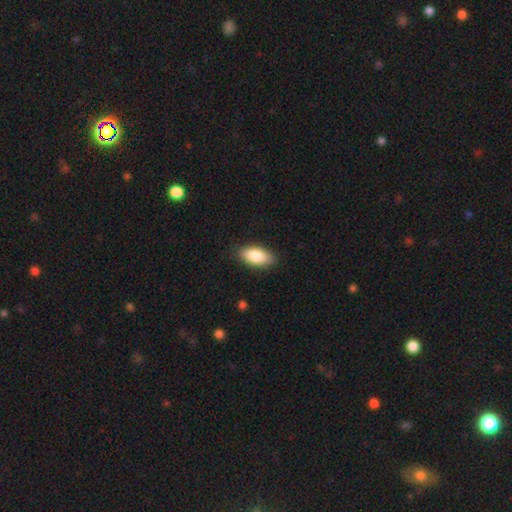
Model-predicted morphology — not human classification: type=smooth (85%); roundness=in between (89%); merging=none (86%).